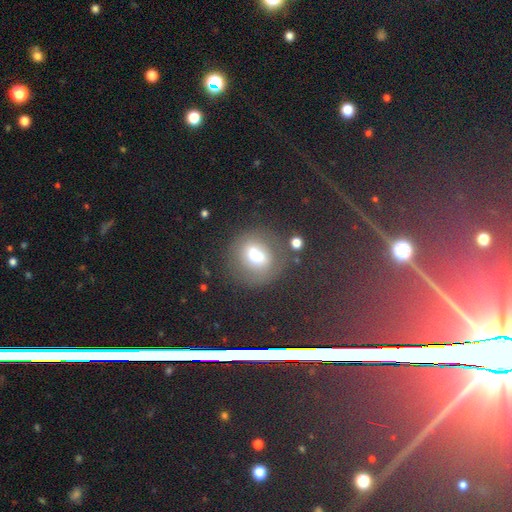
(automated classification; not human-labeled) Smooth or featured?
  - smooth: 61% *
  - featured or disk: 25%
  - star or artifact: 14%
How rounded?
  - round: 71% *
  - in between: 27%
  - cigar-shaped: 2%
Merging?
  - none: 67% *
  - minor disturbance: 16%
  - major disturbance: 11%
  - merger: 5%